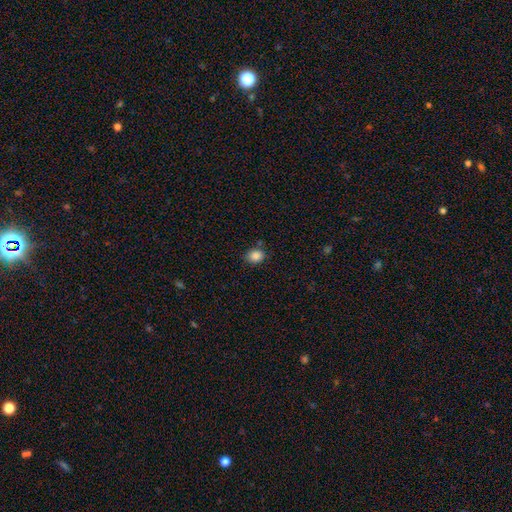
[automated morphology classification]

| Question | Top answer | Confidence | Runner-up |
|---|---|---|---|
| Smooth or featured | smooth | 86% | star or artifact (10%) |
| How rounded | in between | 50% | round (49%) |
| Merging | none | 78% | minor disturbance (14%) |